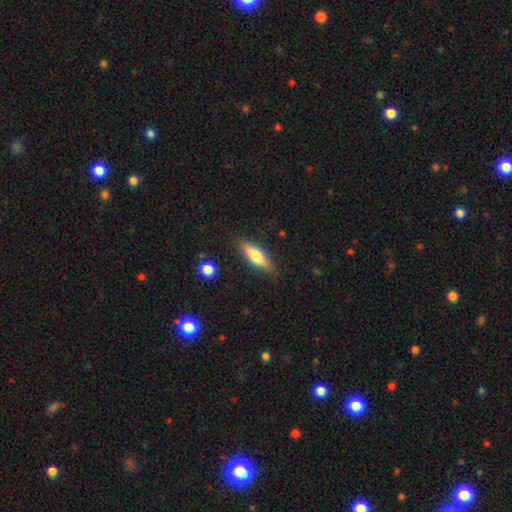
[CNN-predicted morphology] This appears to be a smooth galaxy with no disk features (63%) that is cigar-shaped (52%). Merging: none (85%).